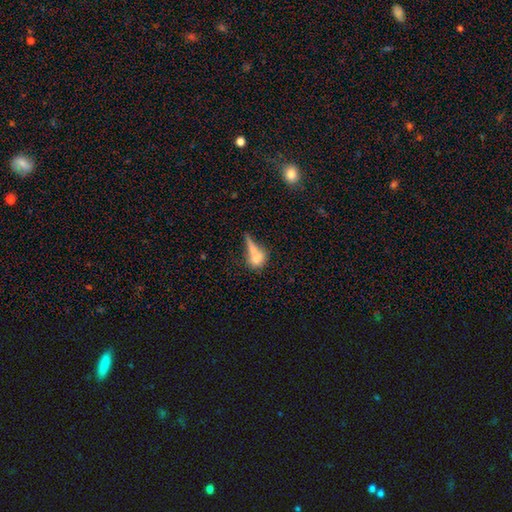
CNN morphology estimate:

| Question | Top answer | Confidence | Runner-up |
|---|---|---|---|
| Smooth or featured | smooth | 64% | featured or disk (25%) |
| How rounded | in between | 46% | round (31%) |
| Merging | merger | 37% | none (31%) |